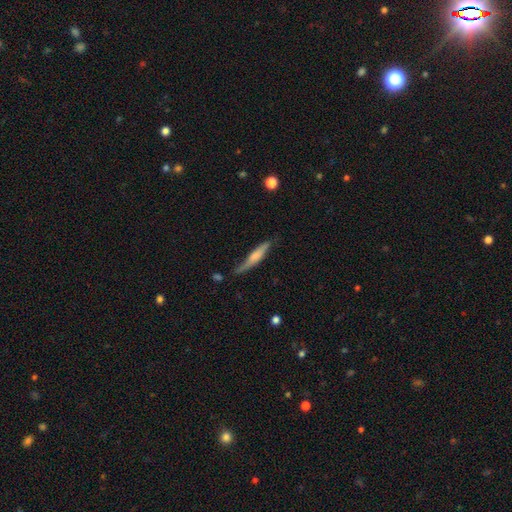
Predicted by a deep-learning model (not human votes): Smooth or featured? Predicted: smooth (p=0.53). How rounded? Predicted: cigar-shaped (p=0.88). Merging? Predicted: none (p=0.62).